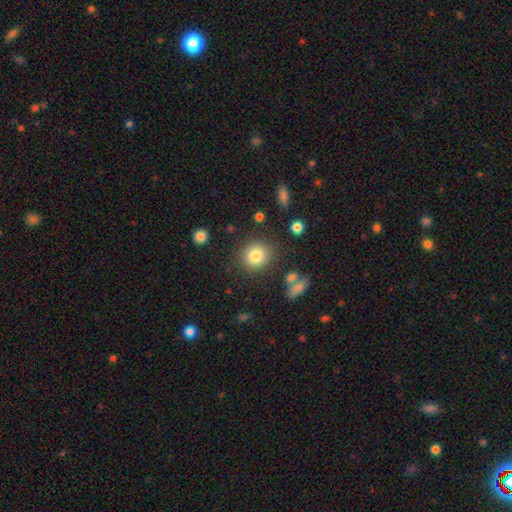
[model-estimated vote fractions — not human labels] Smooth or featured?
  - smooth: 82% *
  - star or artifact: 10%
  - featured or disk: 7%
How rounded?
  - round: 87% *
  - in between: 12%
  - cigar-shaped: 1%
Merging?
  - none: 84% *
  - minor disturbance: 9%
  - major disturbance: 4%
  - merger: 4%